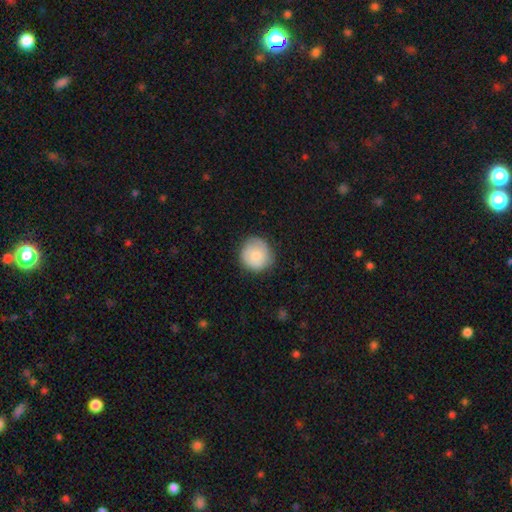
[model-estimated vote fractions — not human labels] A smooth galaxy with no disk features (79%) that is round (91%).

Vote fractions:
- Smooth or featured? smooth: 79% / featured or disk: 15% / star or artifact: 6%
- How rounded? round: 91% / in between: 8% / cigar-shaped: 1%
- Merging? none: 80% / minor disturbance: 16% / major disturbance: 3% / merger: 1%